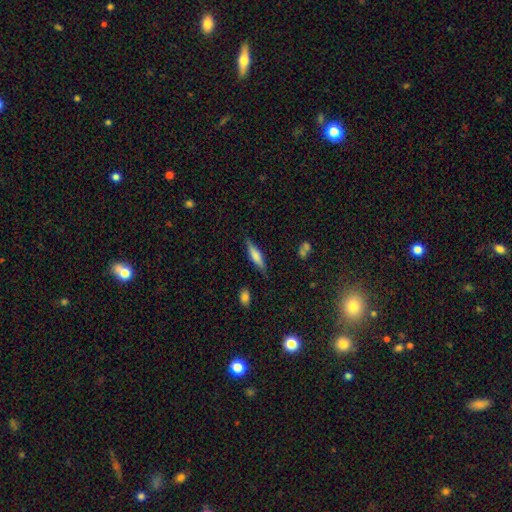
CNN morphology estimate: Q: Smooth or featured?
A: smooth (58%); runner-up: featured or disk (35%)
Q: How rounded?
A: cigar-shaped (76%); runner-up: in between (22%)
Q: Merging?
A: none (82%); runner-up: minor disturbance (13%)